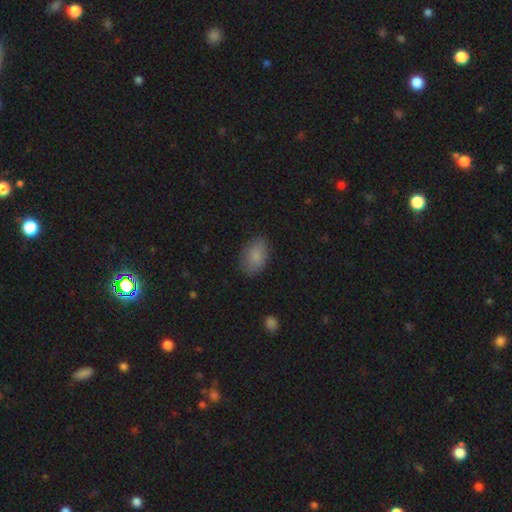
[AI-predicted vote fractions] Smooth or featured?
  - smooth: 85% *
  - star or artifact: 8%
  - featured or disk: 7%
How rounded?
  - in between: 88% *
  - round: 10%
  - cigar-shaped: 1%
Merging?
  - none: 83% *
  - minor disturbance: 13%
  - major disturbance: 3%
  - merger: 1%